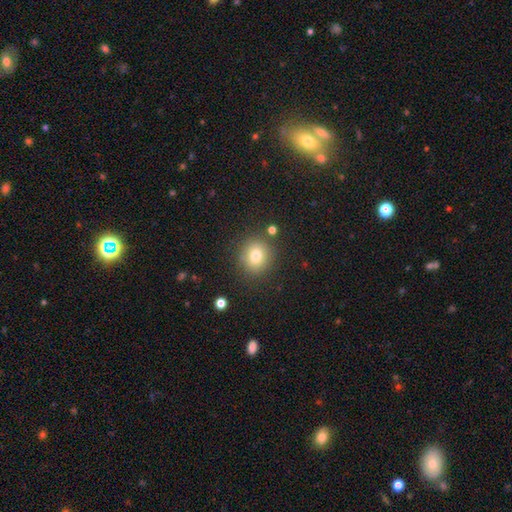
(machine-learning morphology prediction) smooth_or_featured: smooth (p=0.78) [alt: star or artifact p=0.12]
how_rounded: round (p=0.84) [alt: in between p=0.15]
merging: none (p=0.84) [alt: minor disturbance p=0.09]